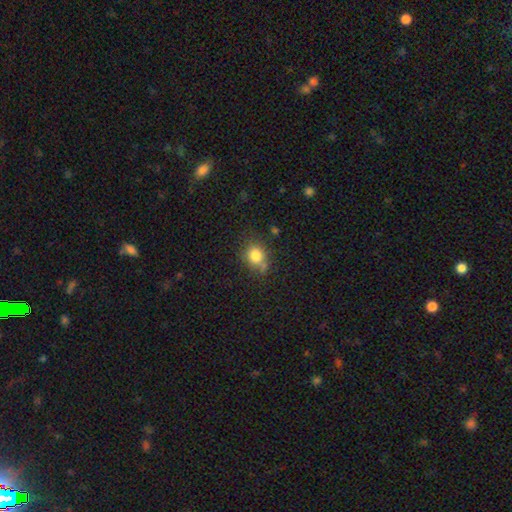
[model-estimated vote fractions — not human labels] smooth-or-featured: smooth: 81% | star or artifact: 11% | featured or disk: 8%
  how-rounded: round: 70% | in between: 29% | cigar-shaped: 1%
  merging: none: 65% | minor disturbance: 20% | merger: 10% | major disturbance: 6%